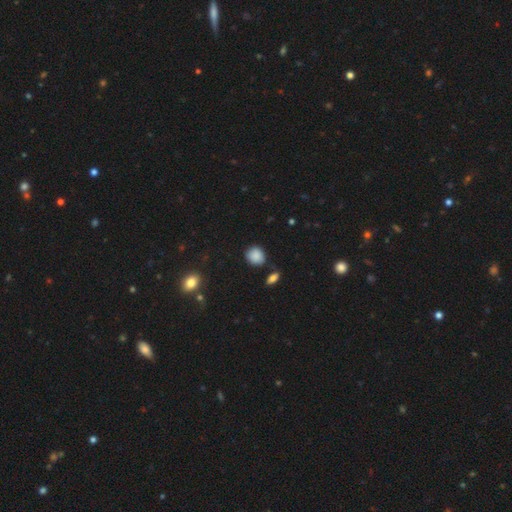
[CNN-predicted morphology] type=smooth (86%); roundness=round (78%); merging=none (78%).